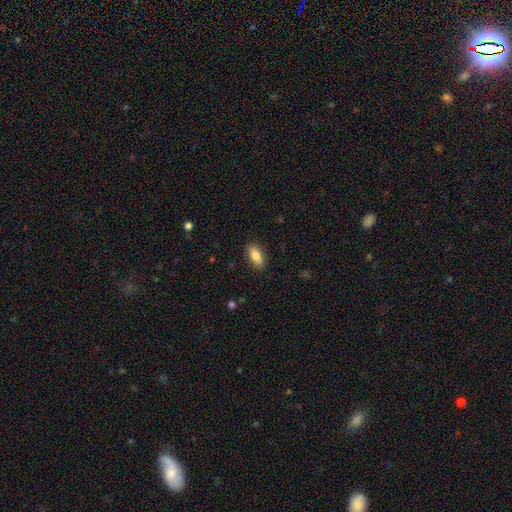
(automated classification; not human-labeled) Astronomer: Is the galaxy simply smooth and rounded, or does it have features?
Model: smooth — 84%.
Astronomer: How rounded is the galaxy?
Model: in between — 83%.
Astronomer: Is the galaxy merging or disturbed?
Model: none — 88%.